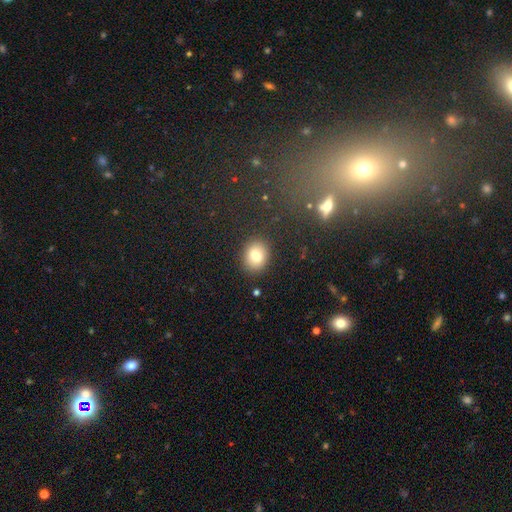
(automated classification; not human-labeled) Overall: smooth (78%). How rounded: round (61%; in between 38%). Merging: none (88%).